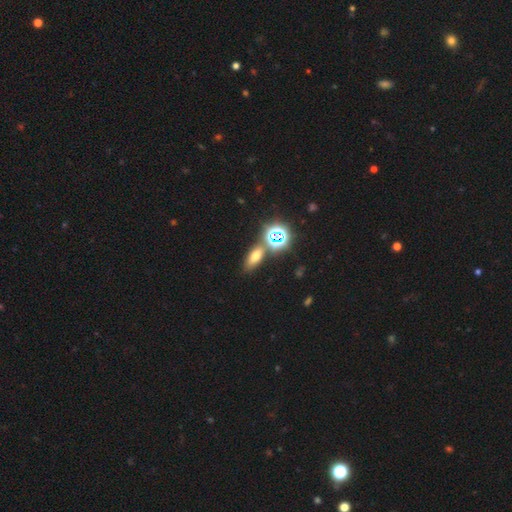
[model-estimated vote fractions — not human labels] A smooth galaxy with no disk features (59%) that is in between round and cigar-shaped (67%).

Vote fractions:
- Smooth or featured? smooth: 59% / star or artifact: 28% / featured or disk: 12%
- How rounded? in between: 67% / round: 17% / cigar-shaped: 16%
- Merging? none: 72% / merger: 14% / minor disturbance: 10% / major disturbance: 4%